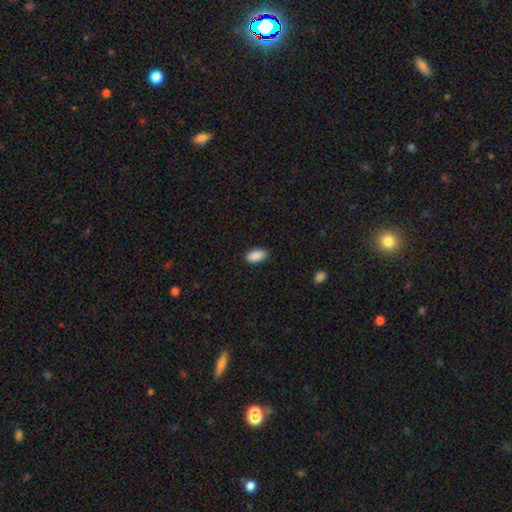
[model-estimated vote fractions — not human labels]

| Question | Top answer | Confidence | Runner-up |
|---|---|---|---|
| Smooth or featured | smooth | 89% | star or artifact (7%) |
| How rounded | in between | 94% | cigar-shaped (3%) |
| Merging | none | 87% | minor disturbance (10%) |